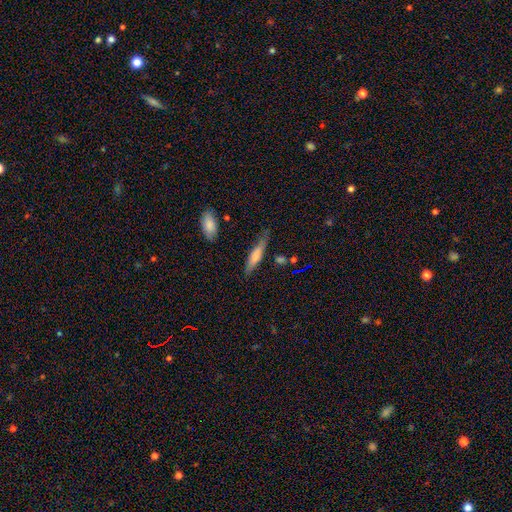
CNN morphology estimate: Smooth or featured? smooth (65%)
How rounded? cigar-shaped (79%)
Merging? none (73%)